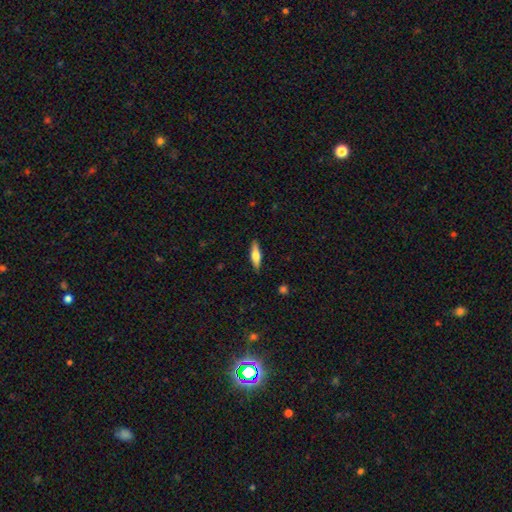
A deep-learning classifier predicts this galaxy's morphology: Overall: smooth (53%; featured or disk 41%). How rounded: cigar-shaped (64%; in between 33%). Merging: none (88%).